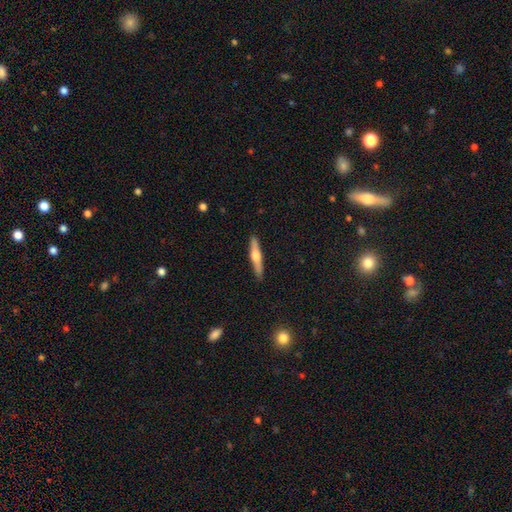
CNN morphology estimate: smooth-or-featured: featured or disk: 53% | smooth: 41% | star or artifact: 6%
  disk-edge-on: yes: 96% | no: 4%
    edge-on-bulge: rounded: 90% | none: 5% | boxy: 4%
  merging: none: 90% | minor disturbance: 7% | major disturbance: 2% | merger: 1%